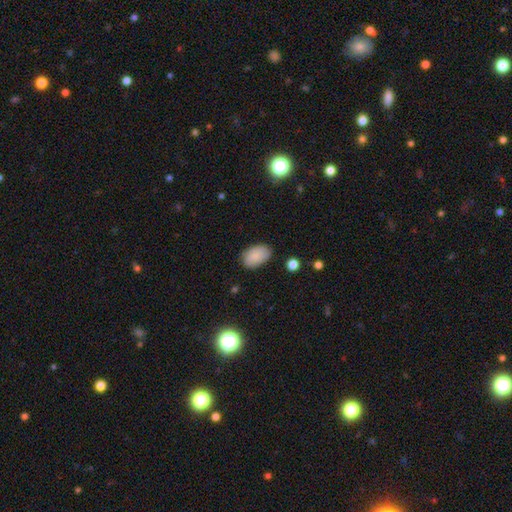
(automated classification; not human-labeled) Smooth or featured? Predicted: smooth (p=0.84). How rounded? Predicted: in between (p=0.91). Merging? Predicted: none (p=0.78).